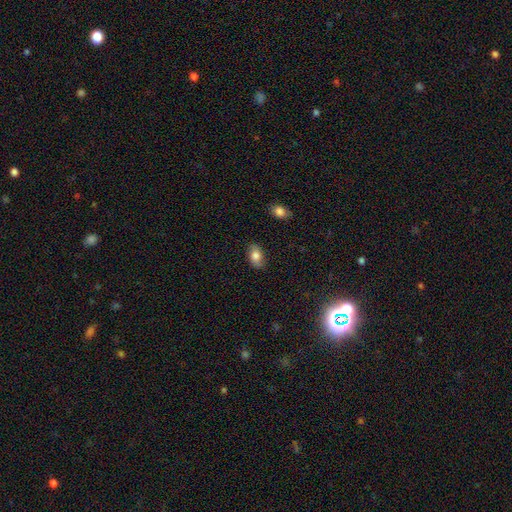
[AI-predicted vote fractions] This appears to be a smooth galaxy with no disk features (81%) that is in between round and cigar-shaped (89%). Merging: none (85%).